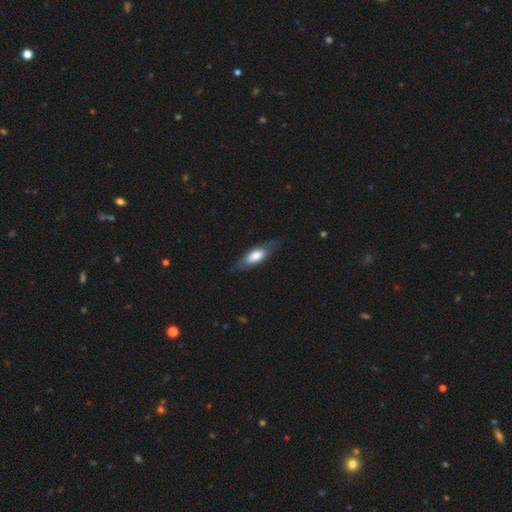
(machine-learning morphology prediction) smooth 61%, featured or disk 33%, star or artifact 6%. Down the decision tree: how rounded — in between (64%); merging — none (74%).